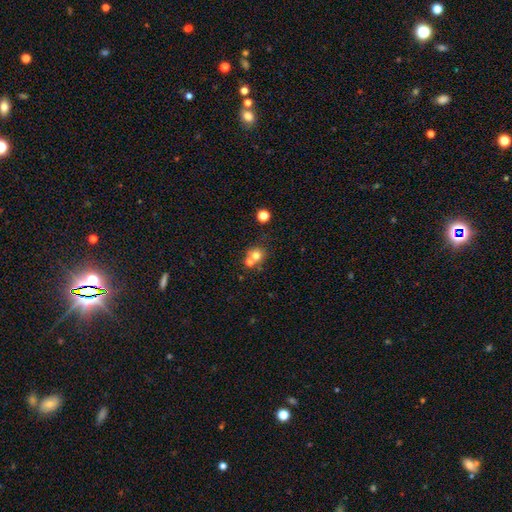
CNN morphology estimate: The model was most divided on "merging": none: 48%, merger: 42%, minor disturbance: 7%, major disturbance: 3%. More confident: how rounded — round (85%); smooth or featured — smooth (72%).